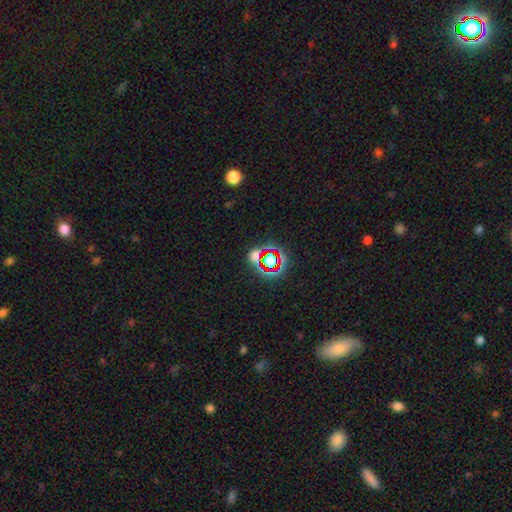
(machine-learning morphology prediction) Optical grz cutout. It shows a star or artifact, not a galaxy (55%).